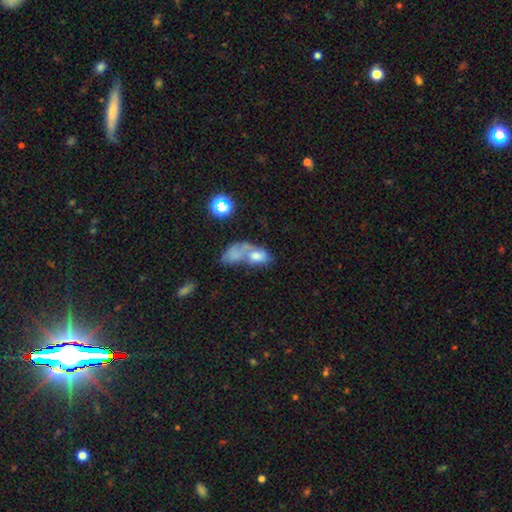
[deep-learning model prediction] Q: Smooth or featured?
A: smooth (61%); runner-up: featured or disk (24%)
Q: How rounded?
A: in between (83%); runner-up: round (12%)
Q: Merging?
A: merger (60%); runner-up: none (18%)